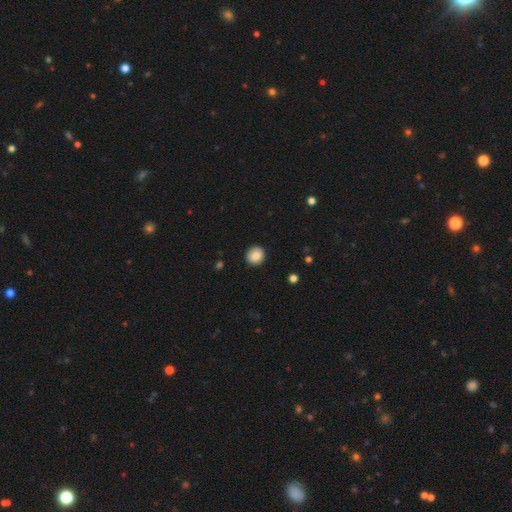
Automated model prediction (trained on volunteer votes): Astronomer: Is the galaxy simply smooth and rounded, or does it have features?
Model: smooth — 86%.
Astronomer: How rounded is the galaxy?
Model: round — 90%.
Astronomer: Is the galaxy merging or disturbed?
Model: none — 89%.